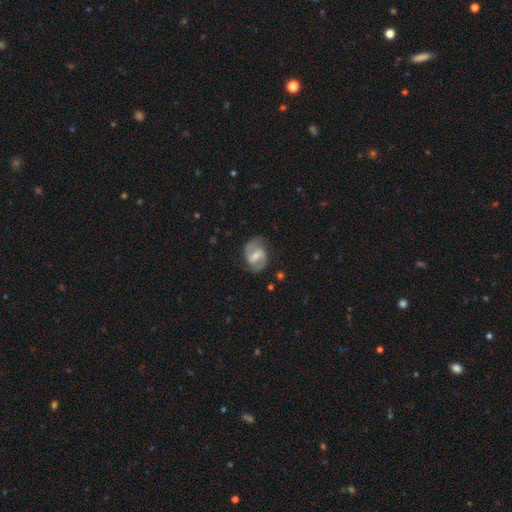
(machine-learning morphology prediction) Smooth or featured? featured or disk (78%)
Edge-on disk? no (97%)
Bar? weak (49%)
Spiral arms? yes (92%)
Spiral winding? medium (54%)
Spiral arm count? 2 (90%)
Bulge size? moderate (45%)
Merging? none (76%)